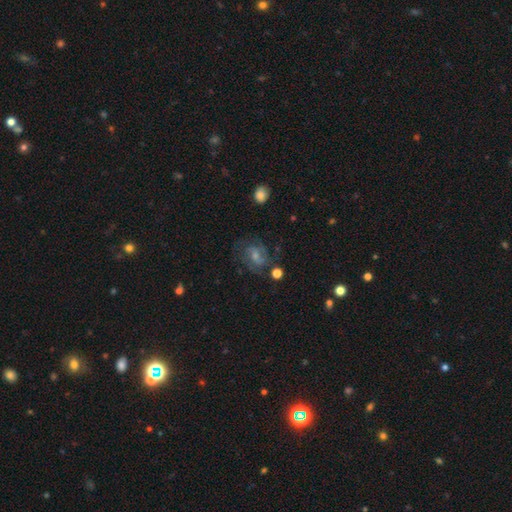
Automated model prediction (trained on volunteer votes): smooth_or_featured: featured or disk (p=0.65) [alt: smooth p=0.25]
disk_edge_on: no (p=0.97) [alt: yes p=0.03]
bar: no (p=0.45) [tied with: weak p=0.45]
has_spiral_arms: yes (p=0.85) [alt: no p=0.15]
spiral_winding: medium (p=0.47) [alt: tight p=0.34]
spiral_arm_count: 2 (p=0.40) [alt: can't tell p=0.28]
bulge_size: small (p=0.48) [alt: moderate p=0.39]
merging: none (p=0.60) [alt: minor disturbance p=0.21]